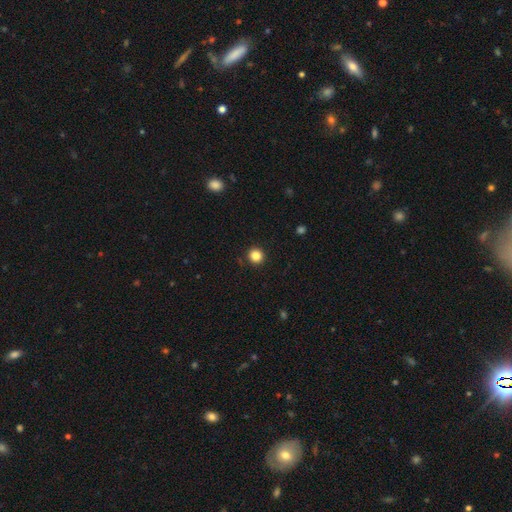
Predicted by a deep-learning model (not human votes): The model was most divided on "smooth or featured": smooth: 85%, star or artifact: 11%, featured or disk: 4%. More confident: how rounded — round (95%); merging — none (92%).